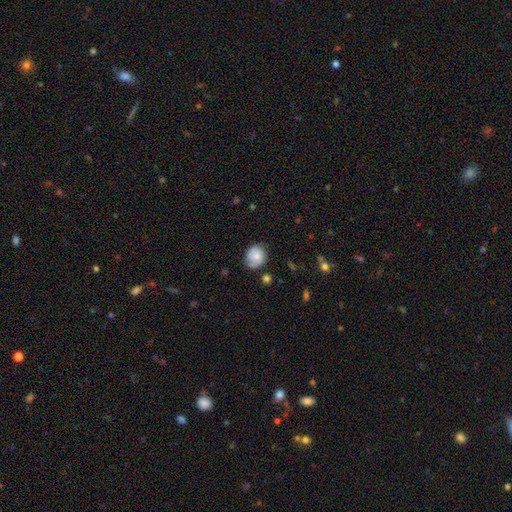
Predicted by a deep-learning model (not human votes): Smooth or featured? Predicted: smooth (p=0.67). How rounded? Predicted: round (p=0.66). Merging? Predicted: none (p=0.63).